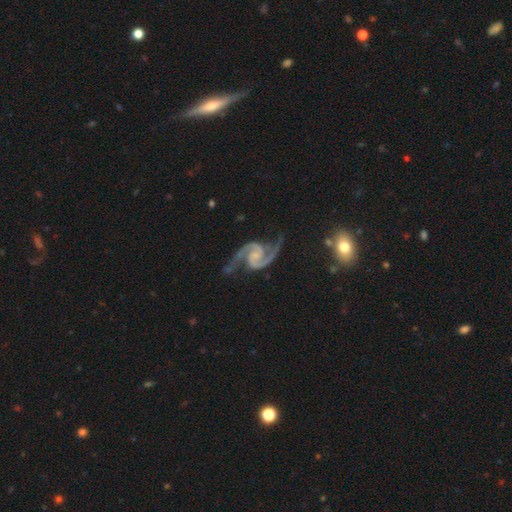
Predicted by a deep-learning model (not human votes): Smooth or featured: featured or disk — 94% (star or artifact — 3%)
Edge-on disk: no — 98% (yes — 2%)
Bar: no — 56% (weak — 33%)
Spiral arms: yes — 99% (no — 1%)
Spiral winding: medium — 61% (loose — 25%)
Spiral arm count: 2 — 95% (can't tell — 1%)
Bulge size: small — 53% (none — 25%)
Merging: none — 73% (minor disturbance — 17%)